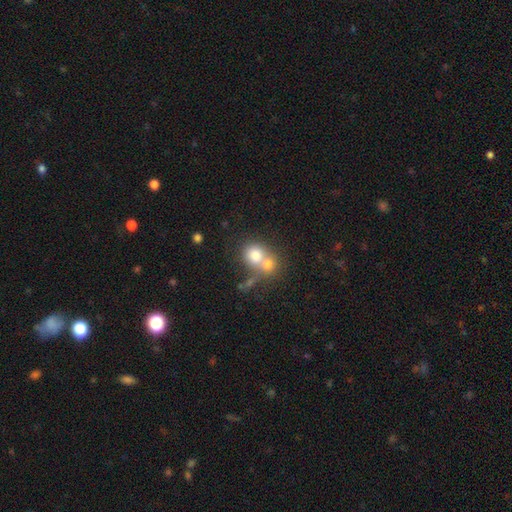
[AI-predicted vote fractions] Overall: smooth (74%). How rounded: round (75%). Merging: merger (61%; none 27%).